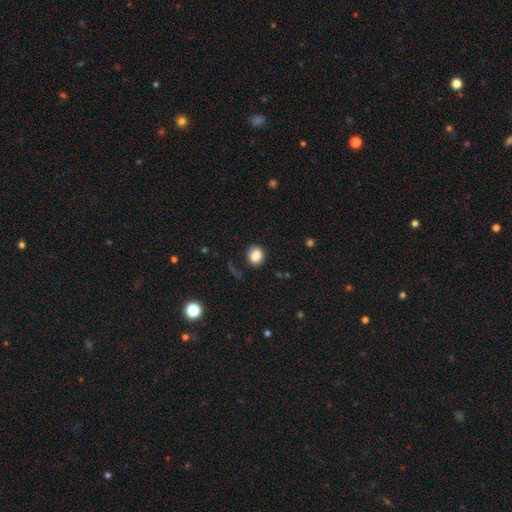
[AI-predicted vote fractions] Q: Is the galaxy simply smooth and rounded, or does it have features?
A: smooth — 84%.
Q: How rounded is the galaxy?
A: round — 69%.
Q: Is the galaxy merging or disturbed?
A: none — 83%.